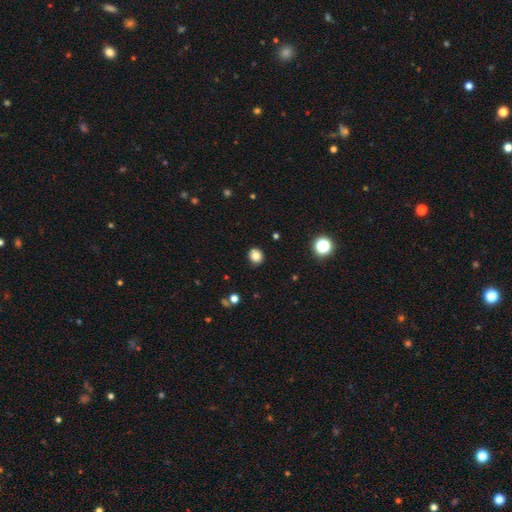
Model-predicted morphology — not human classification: smooth 83%, star or artifact 12%, featured or disk 5%. Down the decision tree: how rounded — round (80%); merging — none (90%).